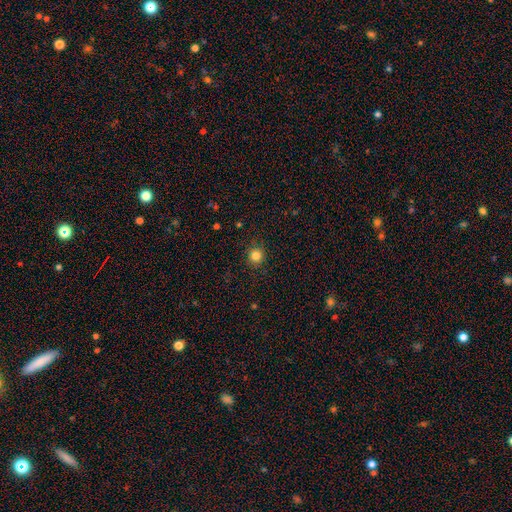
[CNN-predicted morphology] Smooth or featured? Predicted: smooth (p=0.83). How rounded? Predicted: round (p=0.91). Merging? Predicted: none (p=0.89).